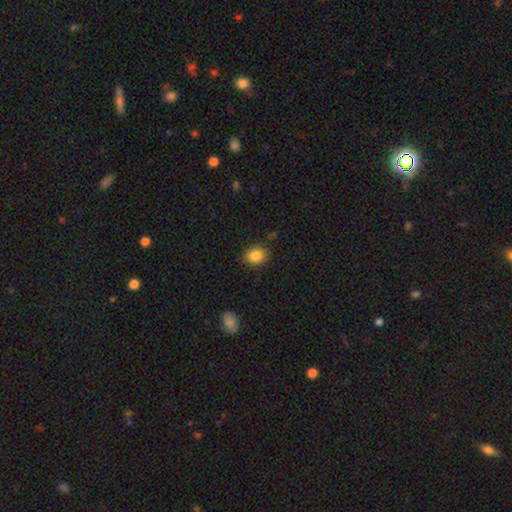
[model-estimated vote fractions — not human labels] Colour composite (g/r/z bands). It shows a smooth galaxy with no disk features (85%) that is in between round and cigar-shaped (51%). Merging: none (85%).